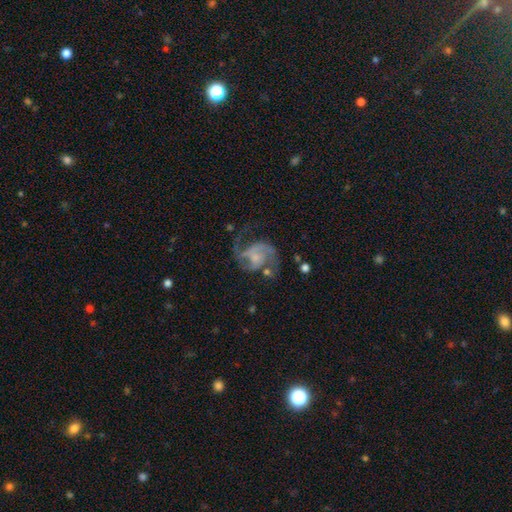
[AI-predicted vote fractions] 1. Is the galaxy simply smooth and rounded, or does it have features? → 84% featured or disk, 9% smooth, 6% star or artifact.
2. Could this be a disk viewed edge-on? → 98% no, 2% yes.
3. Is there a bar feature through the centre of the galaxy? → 60% no, 33% weak, 6% strong.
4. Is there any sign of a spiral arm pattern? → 95% yes, 5% no.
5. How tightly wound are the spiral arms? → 50% medium, 37% loose, 13% tight.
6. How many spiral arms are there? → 78% 2, 7% 3, 6% 1, 5% can't tell, 2% 4, 2% more than 4.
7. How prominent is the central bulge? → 47% small, 26% moderate, 22% none, 5% large, 2% dominant.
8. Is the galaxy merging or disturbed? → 47% none, 28% major disturbance, 19% minor disturbance, 6% merger.